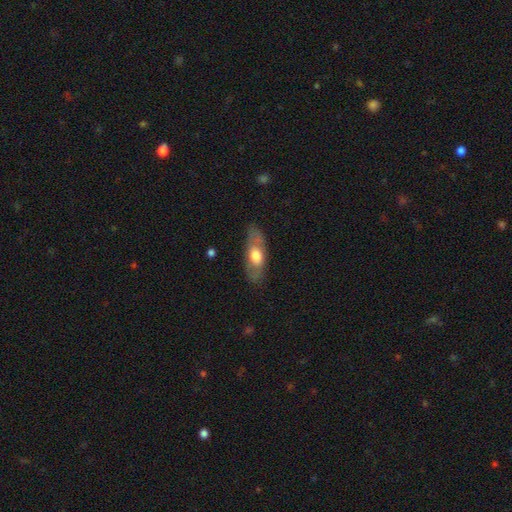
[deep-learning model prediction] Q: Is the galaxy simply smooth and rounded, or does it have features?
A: smooth — 52%.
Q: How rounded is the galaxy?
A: in between — 71%.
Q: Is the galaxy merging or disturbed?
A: none — 77%.